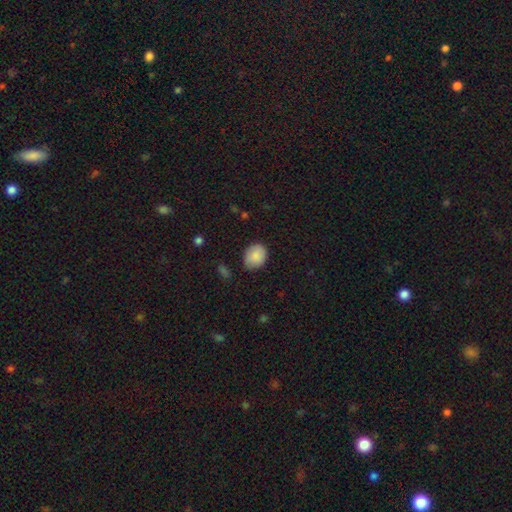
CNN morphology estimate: Smooth or featured? smooth (86%)
How rounded? round (52%)
Merging? none (76%)